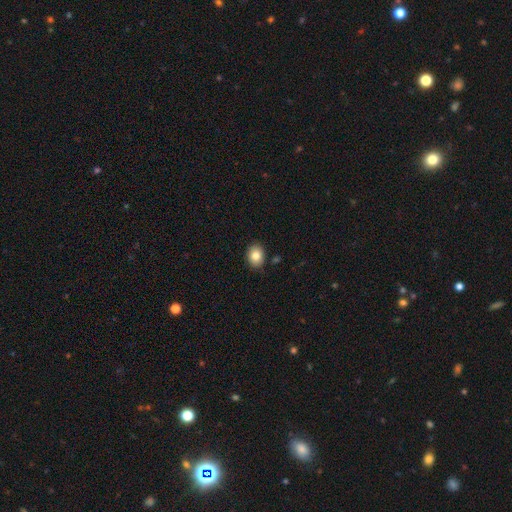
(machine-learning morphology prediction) This appears to be a smooth galaxy with no disk features (84%) that is in between round and cigar-shaped (59%). Merging: none (87%).